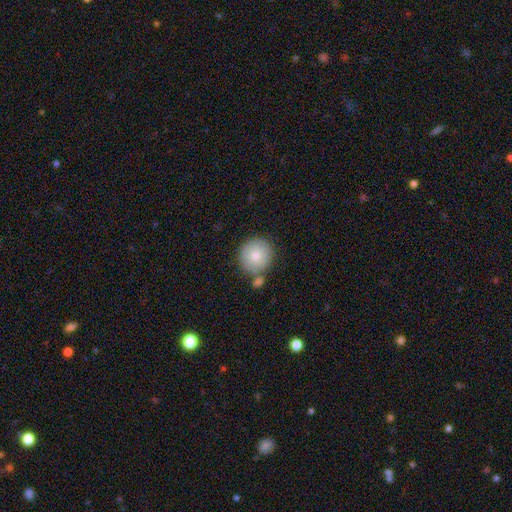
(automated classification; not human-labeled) Morphology: type=smooth (81%); roundness=round (93%); merging=none (72%).